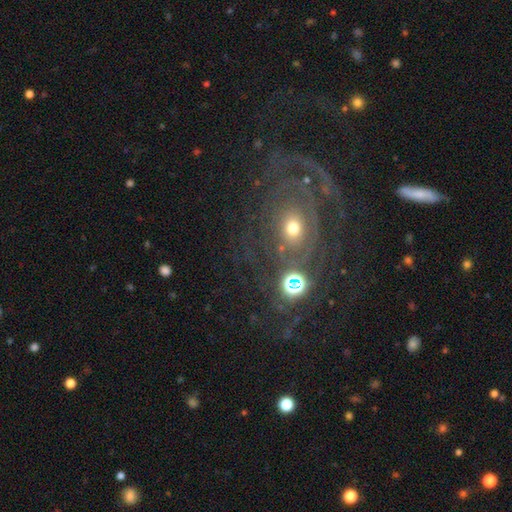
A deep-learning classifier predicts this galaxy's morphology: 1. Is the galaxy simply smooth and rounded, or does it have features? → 48% featured or disk, 26% star or artifact, 26% smooth.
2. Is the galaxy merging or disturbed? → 46% none, 20% merger, 19% major disturbance, 14% minor disturbance.